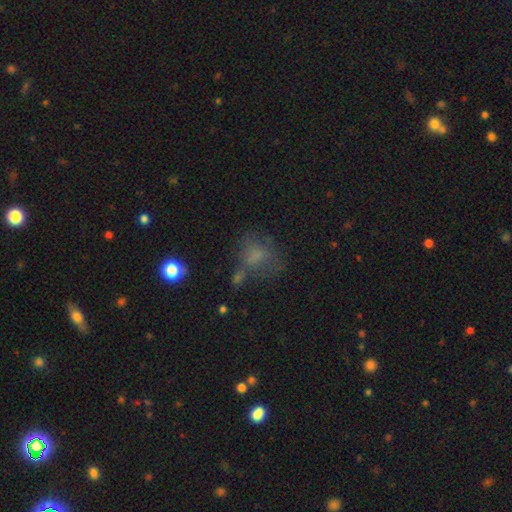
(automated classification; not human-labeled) A smooth galaxy with no disk features (57%) that is in between round and cigar-shaped (53%).

Vote fractions:
- Smooth or featured? smooth: 57% / featured or disk: 23% / star or artifact: 19%
- How rounded? in between: 53% / round: 45% / cigar-shaped: 2%
- Merging? none: 37% / major disturbance: 27% / minor disturbance: 21% / merger: 15%